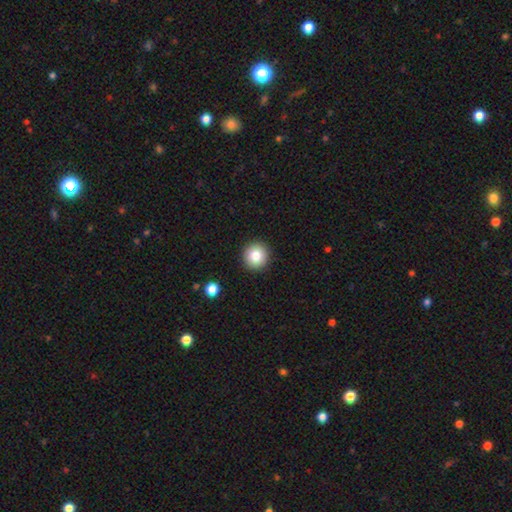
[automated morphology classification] The model was most divided on "smooth or featured": smooth: 82%, star or artifact: 10%, featured or disk: 8%. More confident: how rounded — round (93%); merging — none (92%).